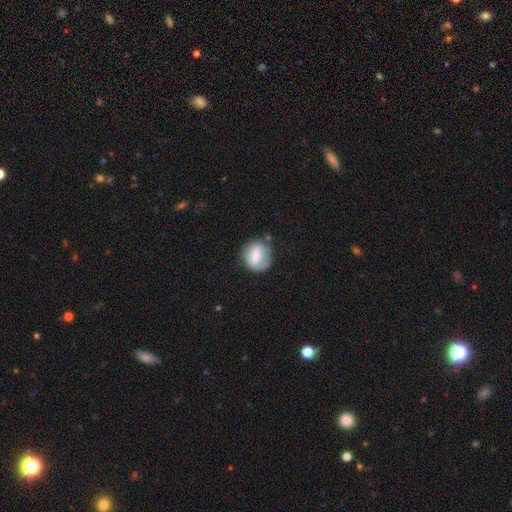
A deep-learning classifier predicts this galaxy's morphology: Overall: smooth (58%; featured or disk 35%). How rounded: round (76%). Merging: none (74%).